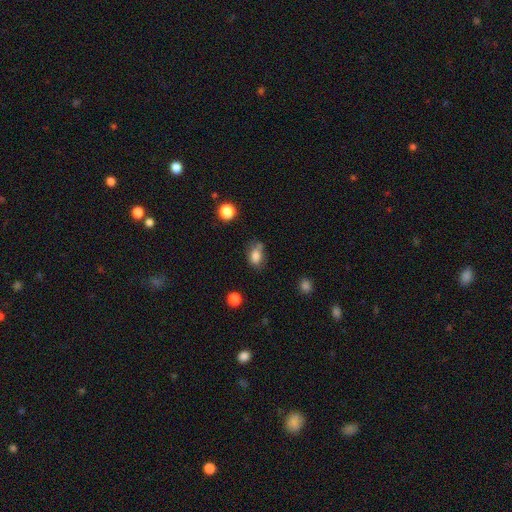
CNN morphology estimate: smooth 78%, featured or disk 11%, star or artifact 11%. Down the decision tree: how rounded — in between (79%); merging — none (51%).